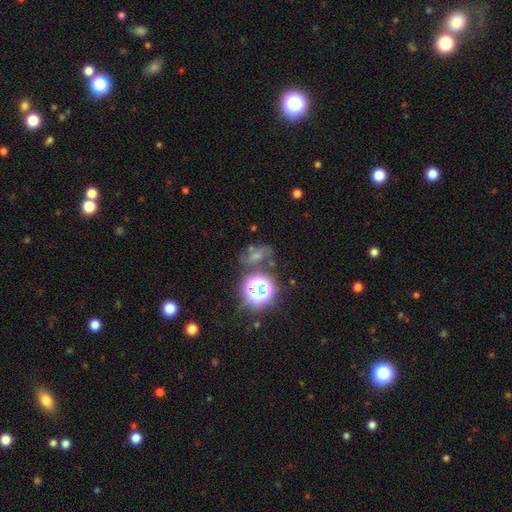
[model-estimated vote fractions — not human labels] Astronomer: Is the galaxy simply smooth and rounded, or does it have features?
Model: star or artifact — 38%, tied with smooth at 38%.